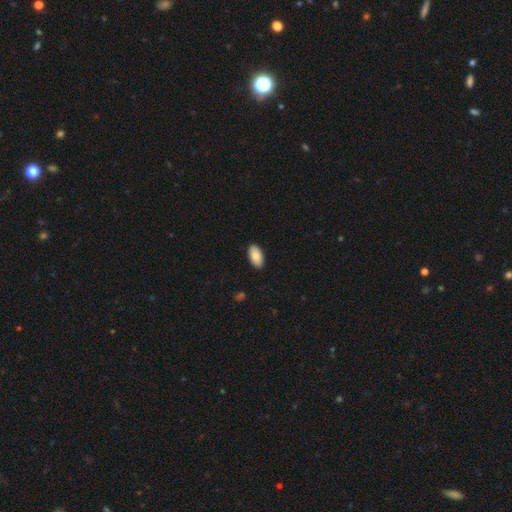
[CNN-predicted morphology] Smooth or featured?
  - smooth: 86% *
  - featured or disk: 8%
  - star or artifact: 6%
How rounded?
  - in between: 95% *
  - round: 2%
  - cigar-shaped: 2%
Merging?
  - none: 89% *
  - minor disturbance: 9%
  - major disturbance: 2%
  - merger: 1%